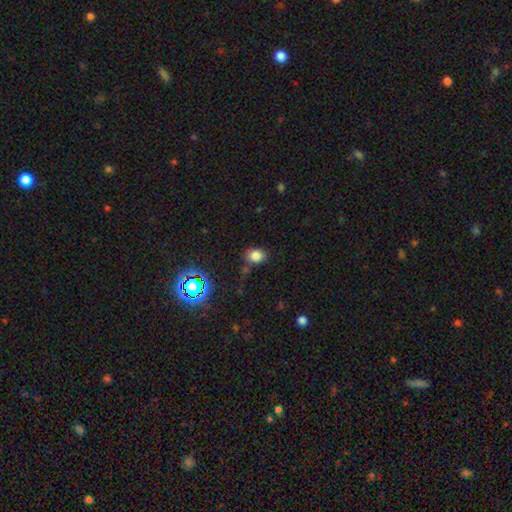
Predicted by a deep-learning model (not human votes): A smooth galaxy with no disk features (78%) that is in between round and cigar-shaped (53%). Merging: none (73%).